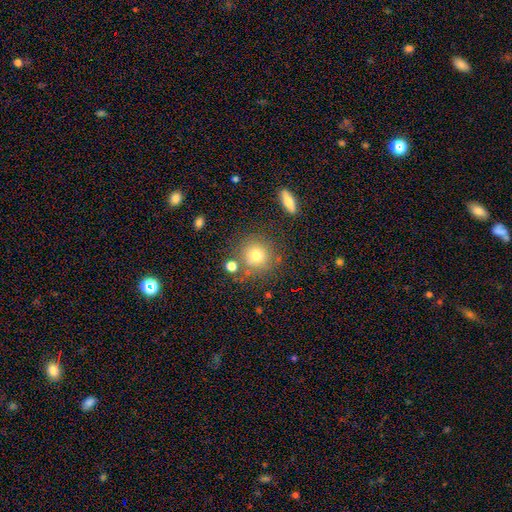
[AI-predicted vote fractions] smooth-or-featured: smooth: 74% | featured or disk: 13% | star or artifact: 13%
  how-rounded: round: 90% | in between: 9% | cigar-shaped: 1%
  merging: none: 73% | minor disturbance: 12% | merger: 10% | major disturbance: 5%